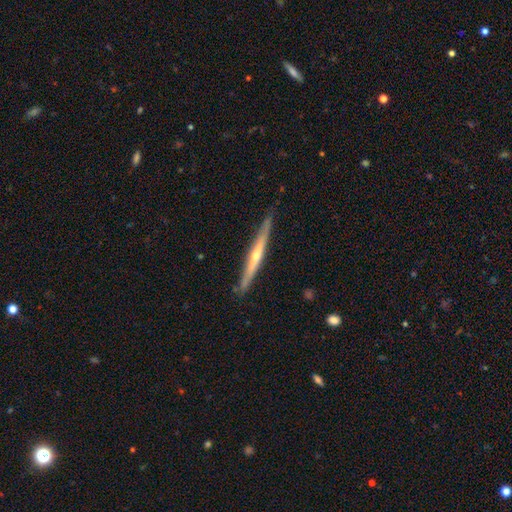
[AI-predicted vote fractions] This appears to be a featured or disk galaxy (75%) viewed edge-on (97%) with a rounded central bulge (77%). Merging: none (89%).